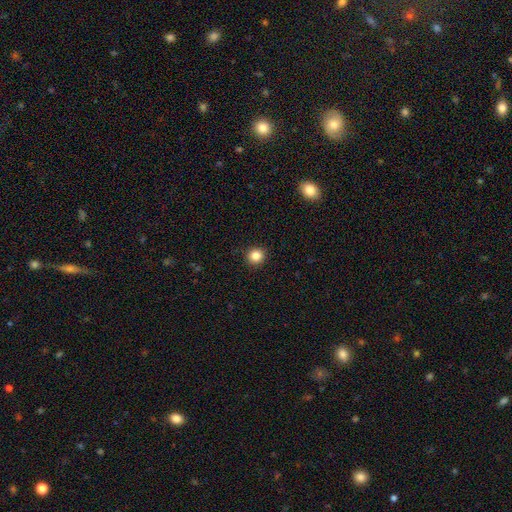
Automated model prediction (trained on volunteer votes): Smooth or featured? smooth (85%)
How rounded? round (91%)
Merging? none (92%)